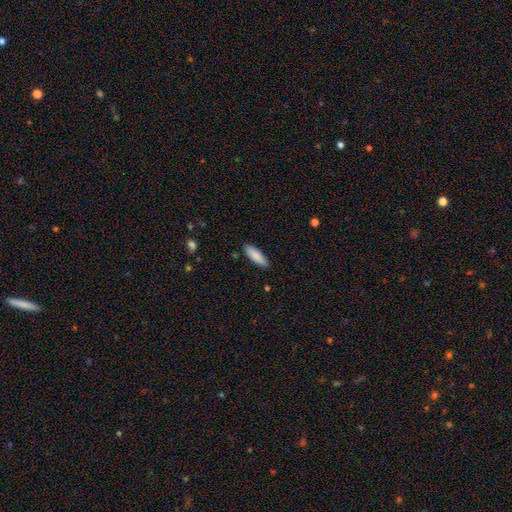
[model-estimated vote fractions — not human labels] This is clearly a smooth galaxy (88%). How rounded: possibly in between (57%). Merging: clearly none (87%).